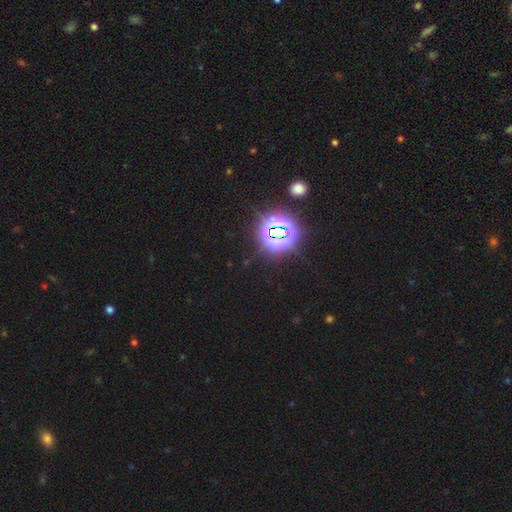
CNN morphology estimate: Smooth or featured?
  - star or artifact: 84% *
  - smooth: 10%
  - featured or disk: 6%